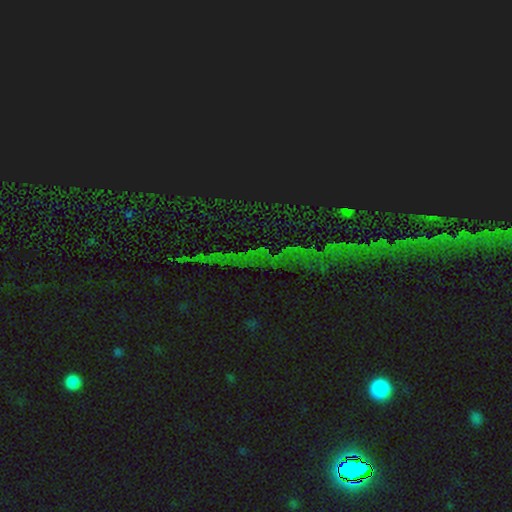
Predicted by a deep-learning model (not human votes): Smooth or featured?
  - star or artifact: 87% *
  - featured or disk: 6%
  - smooth: 6%